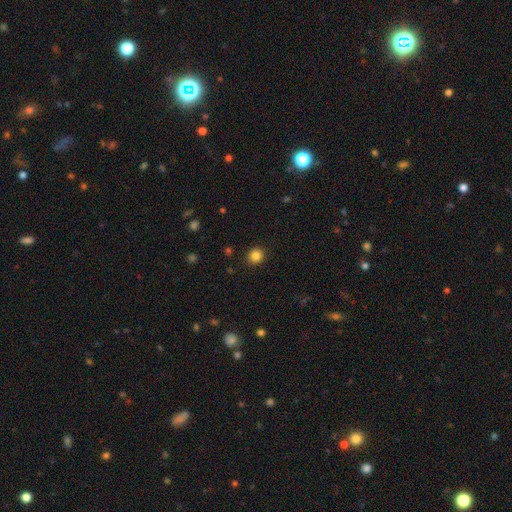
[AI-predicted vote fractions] Q: Smooth or featured?
A: smooth (84%); runner-up: star or artifact (11%)
Q: How rounded?
A: round (86%); runner-up: in between (14%)
Q: Merging?
A: none (90%); runner-up: minor disturbance (6%)